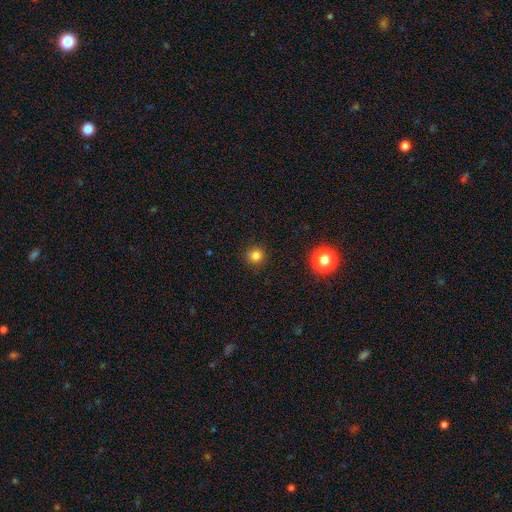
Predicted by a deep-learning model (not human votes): smooth 81%, star or artifact 15%, featured or disk 4%. Down the decision tree: how rounded — round (93%); merging — none (90%).